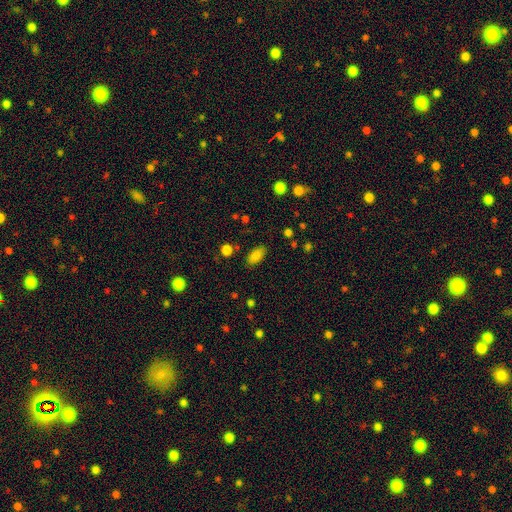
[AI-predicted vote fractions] Smooth or featured? smooth (85%)
How rounded? in between (91%)
Merging? none (83%)